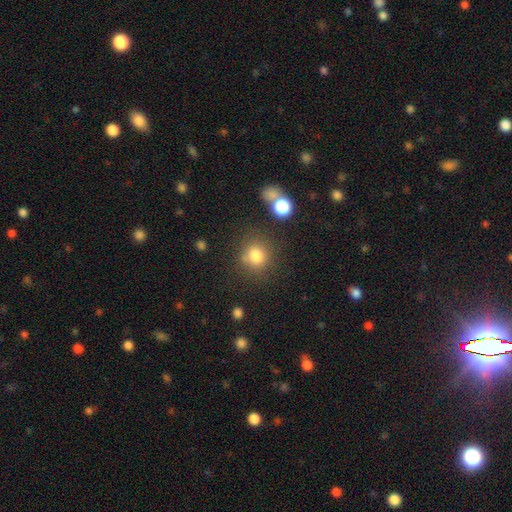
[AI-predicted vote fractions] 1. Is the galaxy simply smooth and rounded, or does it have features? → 80% smooth, 13% star or artifact, 7% featured or disk.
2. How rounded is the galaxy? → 85% round, 14% in between, 1% cigar-shaped.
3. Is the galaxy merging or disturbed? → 72% none, 13% minor disturbance, 9% merger, 6% major disturbance.